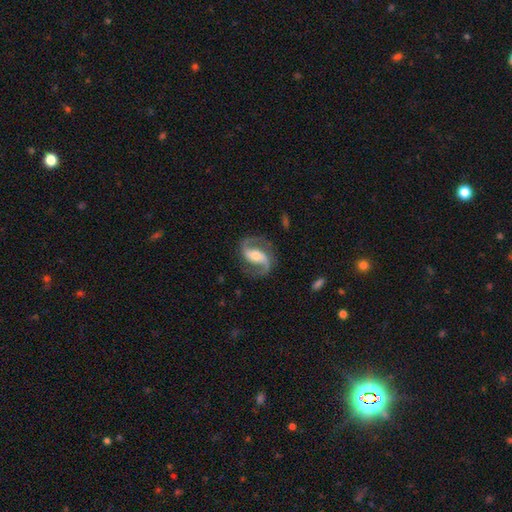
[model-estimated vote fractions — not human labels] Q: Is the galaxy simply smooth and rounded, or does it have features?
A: featured or disk — 91%.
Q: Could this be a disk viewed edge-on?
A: no — 98%.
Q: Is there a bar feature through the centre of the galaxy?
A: weak — 37%.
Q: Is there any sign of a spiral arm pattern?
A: yes — 97%.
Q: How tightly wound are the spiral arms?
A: medium — 53%.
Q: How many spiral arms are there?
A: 2 — 93%.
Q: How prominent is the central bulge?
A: moderate — 59%.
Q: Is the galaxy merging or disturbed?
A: none — 82%.